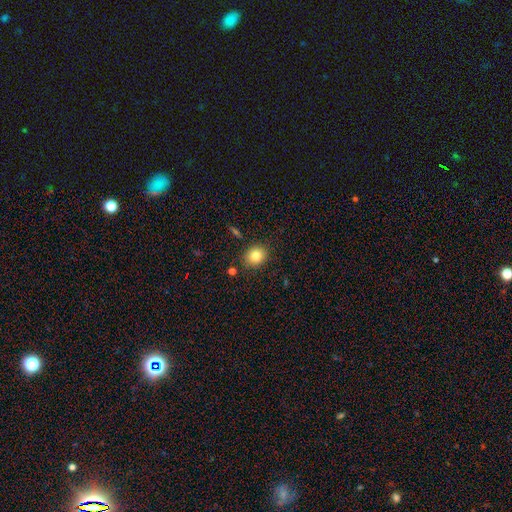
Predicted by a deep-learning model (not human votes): smooth 82%, star or artifact 10%, featured or disk 8%. Down the decision tree: how rounded — round (69%); merging — none (87%).